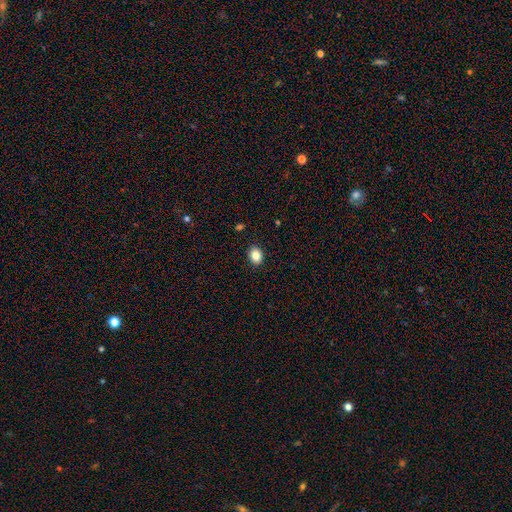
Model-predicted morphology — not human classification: Smooth or featured? smooth (86%)
How rounded? in between (63%)
Merging? none (90%)